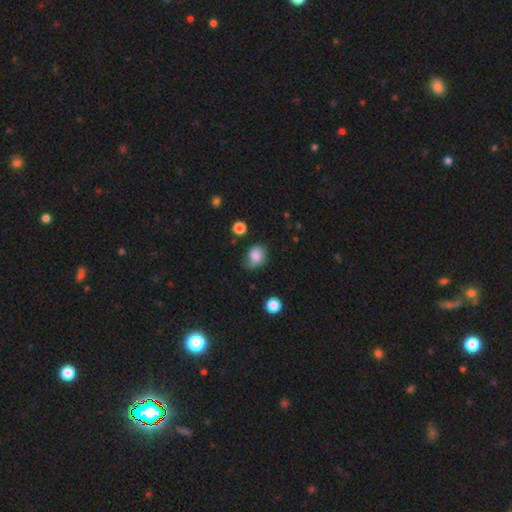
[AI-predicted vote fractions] smooth 79%, featured or disk 11%, star or artifact 10%. Down the decision tree: how rounded — round (54%); merging — none (49%).